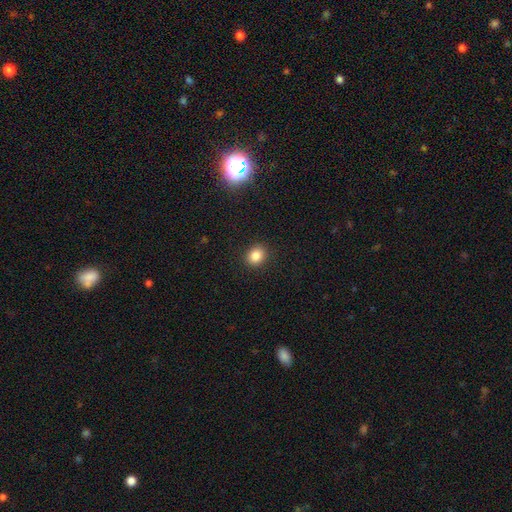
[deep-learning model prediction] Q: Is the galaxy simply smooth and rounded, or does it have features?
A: smooth — 84%.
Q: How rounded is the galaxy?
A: round — 69%.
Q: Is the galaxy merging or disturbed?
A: none — 90%.